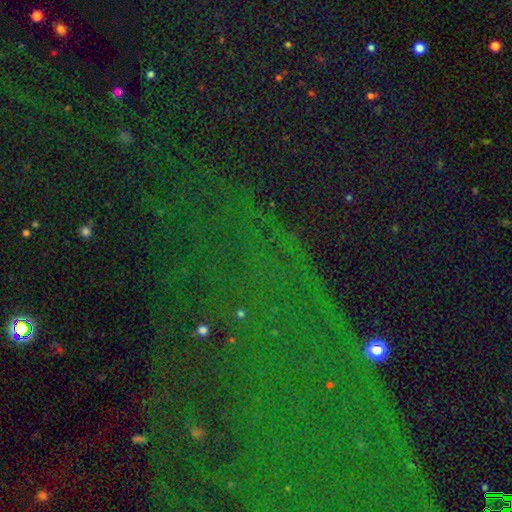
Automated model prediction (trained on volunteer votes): Overall: star or artifact (82%).